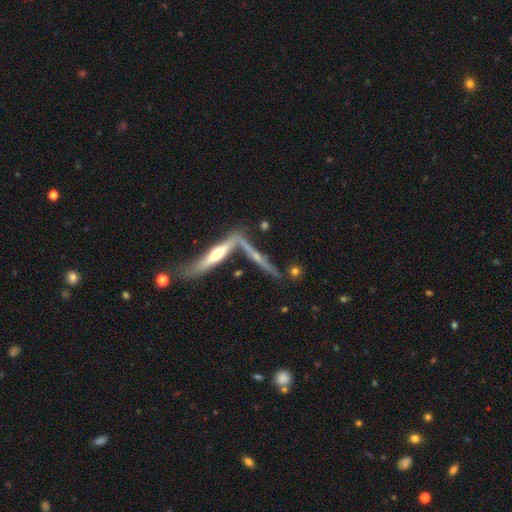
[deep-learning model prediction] A featured or disk galaxy (71%) viewed edge-on (90%) with a rounded central bulge (79%).

Vote fractions:
- Smooth or featured? featured or disk: 71% / smooth: 21% / star or artifact: 9%
- Edge-on disk? yes: 90% / no: 10%
- Edge-on bulge? rounded: 79% / none: 14% / boxy: 7%
- Merging? none: 51% / merger: 31% / minor disturbance: 12% / major disturbance: 6%